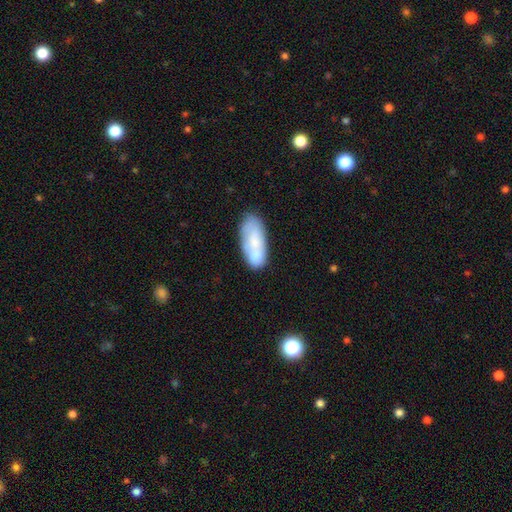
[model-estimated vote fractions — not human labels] smooth-or-featured: smooth: 70% | featured or disk: 24% | star or artifact: 7%
  how-rounded: in between: 86% | cigar-shaped: 11% | round: 3%
  merging: none: 49% | merger: 22% | minor disturbance: 22% | major disturbance: 8%